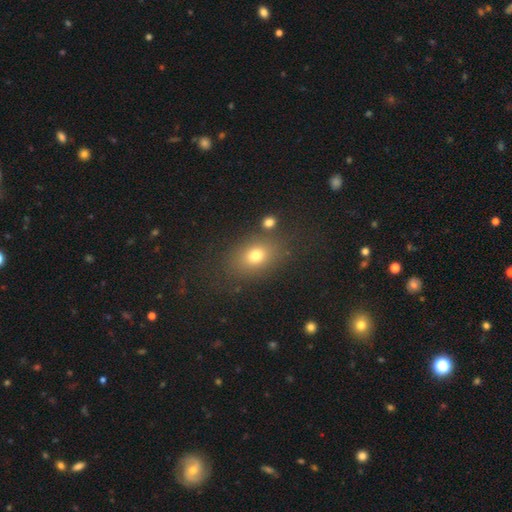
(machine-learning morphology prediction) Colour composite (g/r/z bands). It shows a smooth galaxy with no disk features (73%) that is in between round and cigar-shaped (67%). Merging: none (76%).